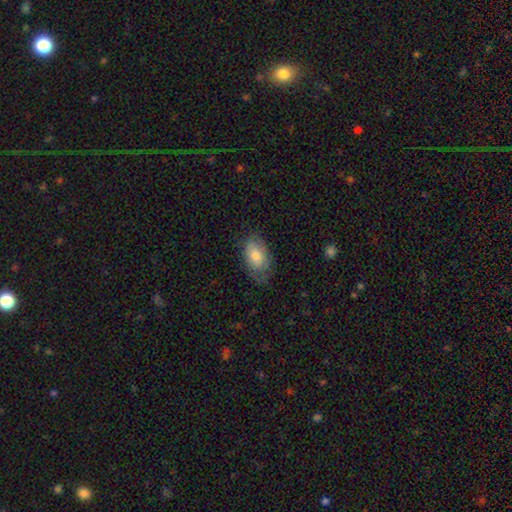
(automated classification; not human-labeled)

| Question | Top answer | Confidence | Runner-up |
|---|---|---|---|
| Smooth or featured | smooth | 74% | featured or disk (19%) |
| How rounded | in between | 92% | round (6%) |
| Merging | none | 64% | minor disturbance (26%) |